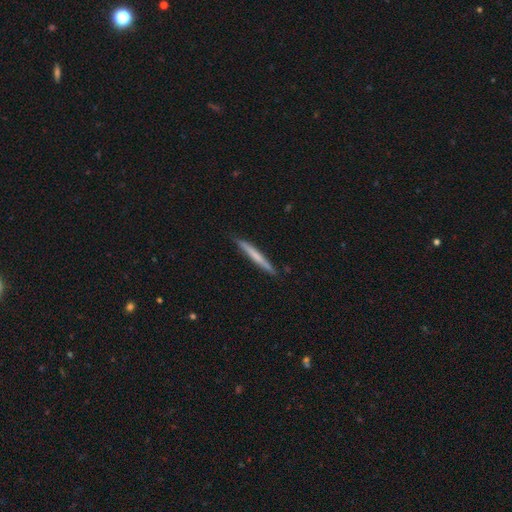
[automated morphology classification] Smooth or featured? Predicted: smooth (p=0.56). How rounded? Predicted: cigar-shaped (p=0.97). Merging? Predicted: none (p=0.88).